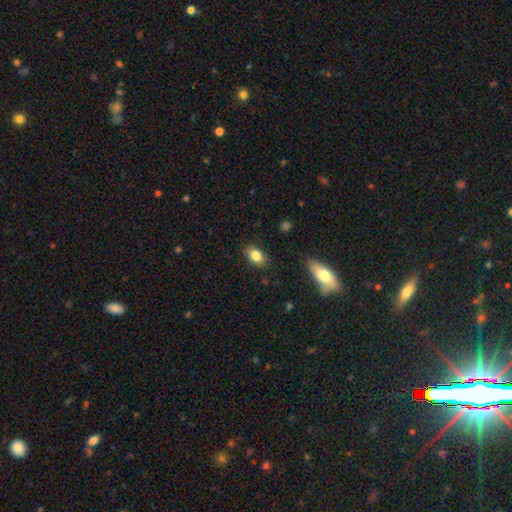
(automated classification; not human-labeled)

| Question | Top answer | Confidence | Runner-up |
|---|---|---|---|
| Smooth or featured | smooth | 83% | featured or disk (8%) |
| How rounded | in between | 85% | round (13%) |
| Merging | none | 85% | minor disturbance (11%) |